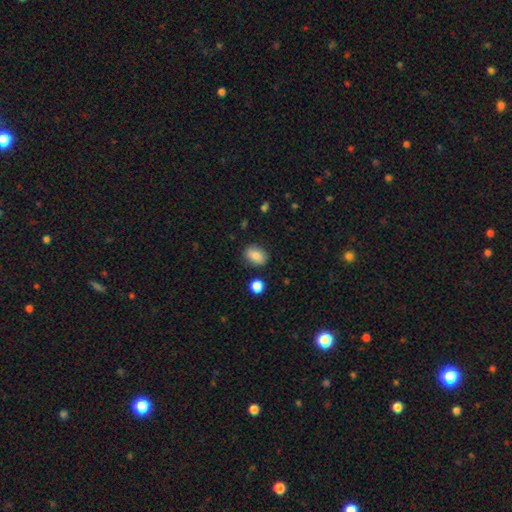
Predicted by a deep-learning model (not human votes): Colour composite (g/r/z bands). It shows a smooth galaxy with no disk features (85%) that is in between round and cigar-shaped (73%). Merging: none (83%).